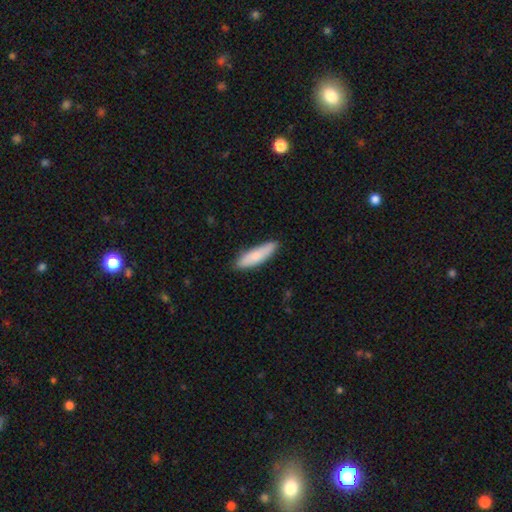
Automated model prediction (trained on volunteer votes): Smooth or featured? smooth (80%)
How rounded? cigar-shaped (67%)
Merging? none (85%)